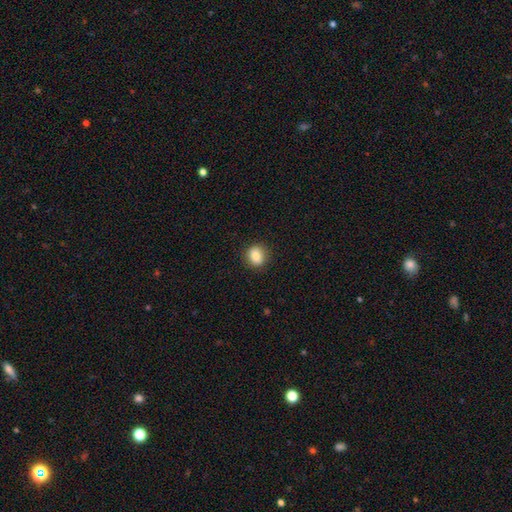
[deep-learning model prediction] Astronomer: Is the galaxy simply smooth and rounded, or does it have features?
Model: smooth — 81%.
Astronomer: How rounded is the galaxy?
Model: round — 76%.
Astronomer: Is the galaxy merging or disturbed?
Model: none — 88%.